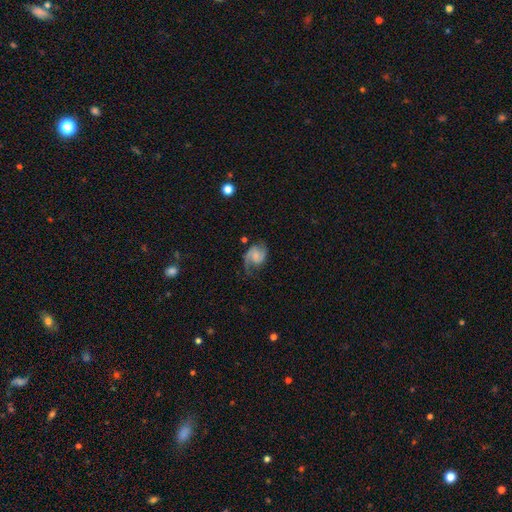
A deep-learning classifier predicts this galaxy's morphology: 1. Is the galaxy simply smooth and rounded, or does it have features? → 77% featured or disk, 16% smooth, 7% star or artifact.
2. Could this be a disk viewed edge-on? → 98% no, 2% yes.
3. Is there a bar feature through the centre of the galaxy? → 52% no, 39% weak, 9% strong.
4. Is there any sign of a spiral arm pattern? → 95% yes, 5% no.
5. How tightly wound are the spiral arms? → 47% medium, 33% loose, 20% tight.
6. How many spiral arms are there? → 74% 2, 19% 1, 4% can't tell, 1% 3, 1% 4, 1% more than 4.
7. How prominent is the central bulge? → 41% none, 30% small, 19% moderate, 8% large, 2% dominant.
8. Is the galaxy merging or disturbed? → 57% none, 23% minor disturbance, 18% major disturbance, 2% merger.